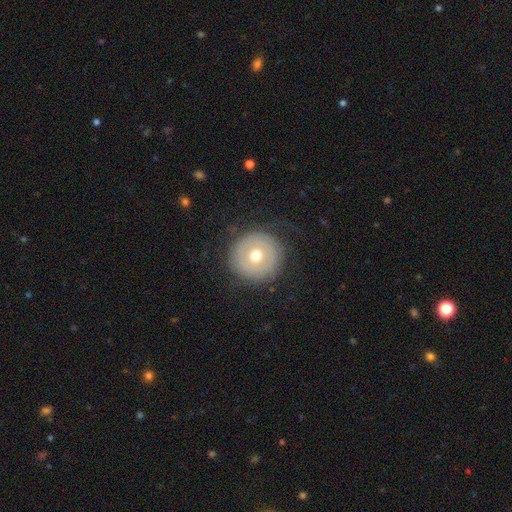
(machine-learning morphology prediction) smooth_or_featured: smooth (p=0.55) [alt: featured or disk p=0.36]
how_rounded: round (p=0.95) [alt: in between p=0.04]
merging: none (p=0.82) [alt: minor disturbance p=0.11]